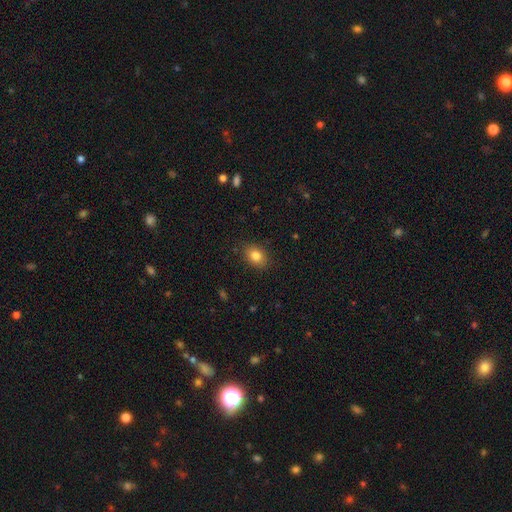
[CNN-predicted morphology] This is clearly a smooth galaxy (83%). How rounded: likely in between (70%). Merging: clearly none (86%).